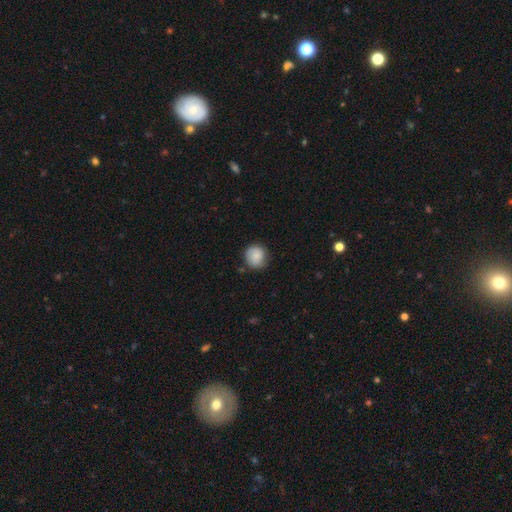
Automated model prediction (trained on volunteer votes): Smooth or featured? Predicted: smooth (p=0.83). How rounded? Predicted: round (p=0.88). Merging? Predicted: none (p=0.74).